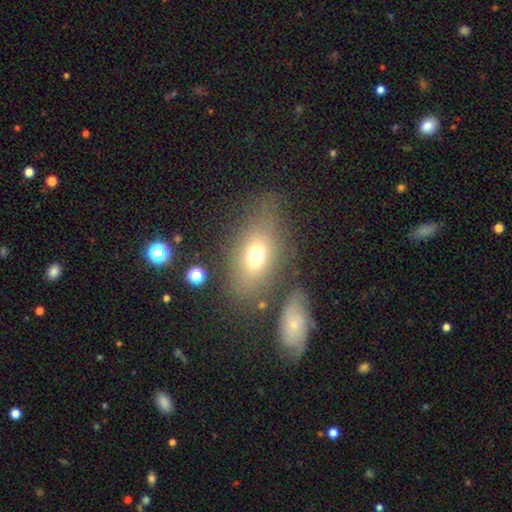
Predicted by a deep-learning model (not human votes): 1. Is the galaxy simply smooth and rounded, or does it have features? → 67% smooth, 20% featured or disk, 14% star or artifact.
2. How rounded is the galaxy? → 76% in between, 20% round, 4% cigar-shaped.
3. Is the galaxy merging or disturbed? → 63% none, 17% minor disturbance, 12% major disturbance, 9% merger.